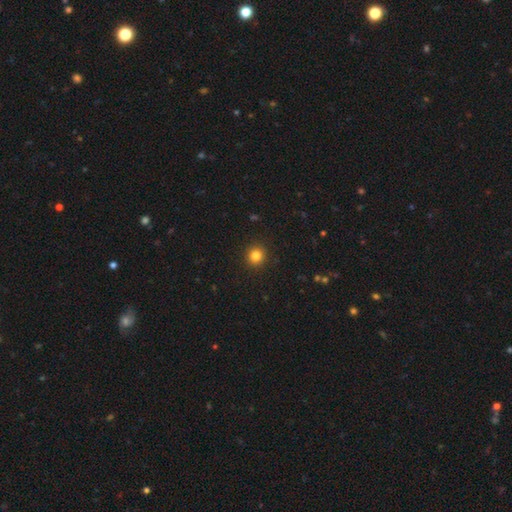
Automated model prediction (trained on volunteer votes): Smooth or featured?
  - smooth: 83% *
  - star or artifact: 12%
  - featured or disk: 5%
How rounded?
  - round: 91% *
  - in between: 8%
  - cigar-shaped: 1%
Merging?
  - none: 92% *
  - minor disturbance: 5%
  - major disturbance: 2%
  - merger: 1%